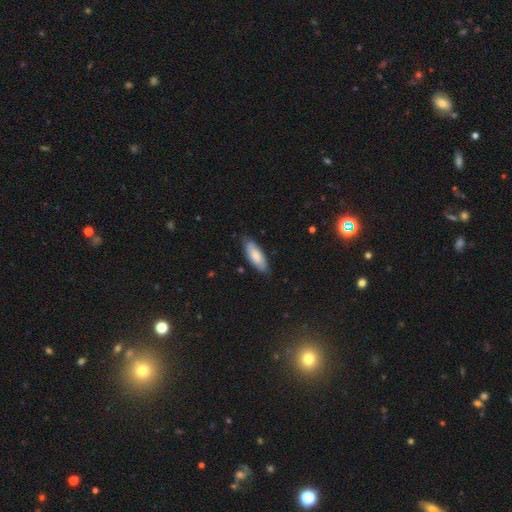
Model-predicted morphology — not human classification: Smooth or featured?
  - smooth: 75% *
  - featured or disk: 19%
  - star or artifact: 6%
How rounded?
  - in between: 65% *
  - cigar-shaped: 33%
  - round: 2%
Merging?
  - none: 77% *
  - minor disturbance: 18%
  - major disturbance: 3%
  - merger: 1%